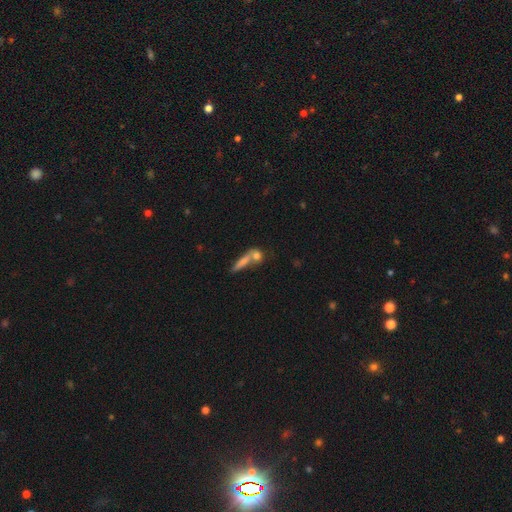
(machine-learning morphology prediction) Smooth or featured? Predicted: smooth (p=0.44). Merging? Predicted: none (p=0.49).